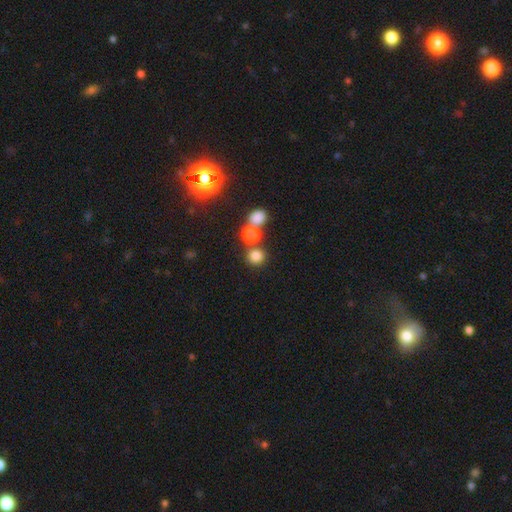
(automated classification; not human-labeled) Overall: smooth (79%). How rounded: round (91%). Merging: none (71%).